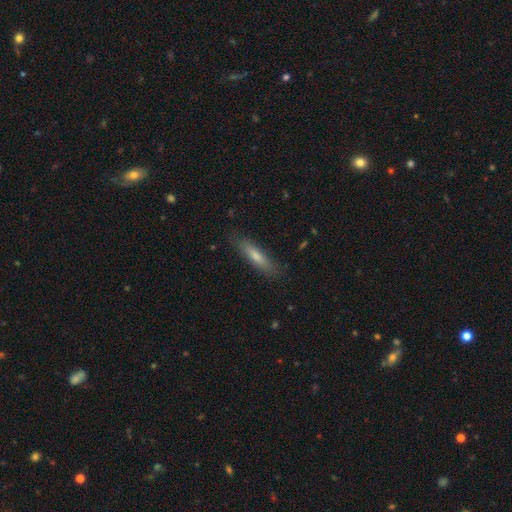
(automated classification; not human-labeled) A smooth galaxy with no disk features (62%) that is cigar-shaped (82%). Merging: none (84%).